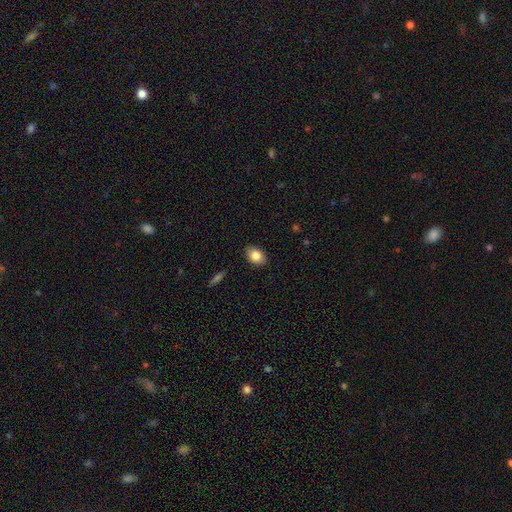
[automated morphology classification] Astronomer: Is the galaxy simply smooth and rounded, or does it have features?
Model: smooth — 85%.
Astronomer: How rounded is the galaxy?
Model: in between — 75%.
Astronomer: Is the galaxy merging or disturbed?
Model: none — 88%.